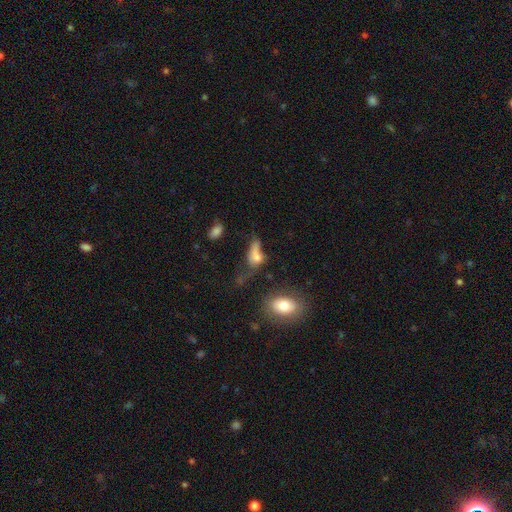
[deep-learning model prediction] Smooth or featured: smooth — 60% (featured or disk — 26%)
How rounded: in between — 69% (round — 18%)
Merging: major disturbance — 35% (merger — 23%)